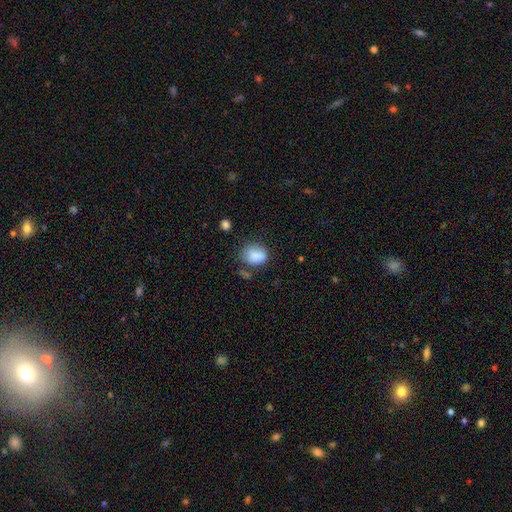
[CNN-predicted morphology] smooth_or_featured: smooth (p=0.84) [alt: star or artifact p=0.09]
how_rounded: in between (p=0.62) [alt: round p=0.37]
merging: none (p=0.55) [alt: minor disturbance p=0.28]